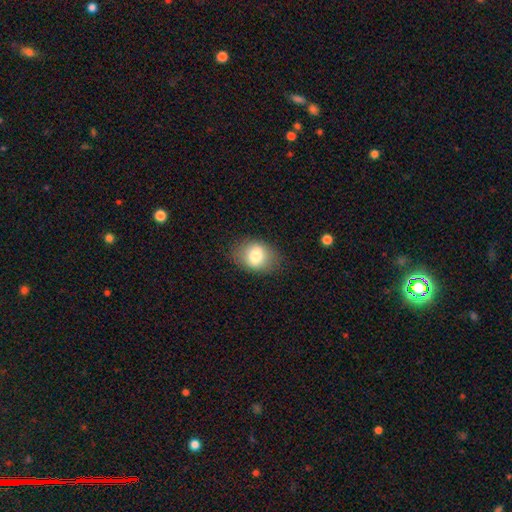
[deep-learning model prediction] This is likely a smooth galaxy (78%). How rounded: likely in between (69%). Merging: clearly none (80%).